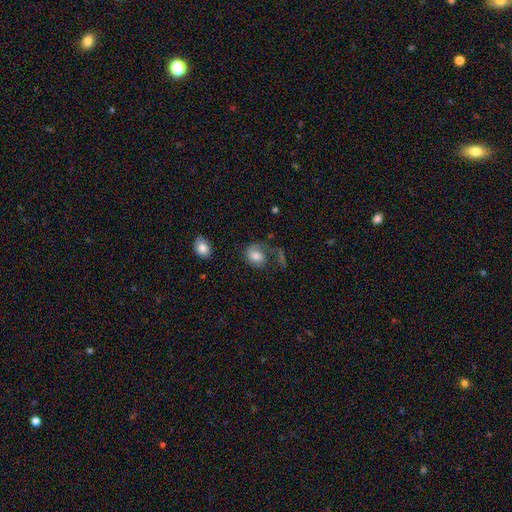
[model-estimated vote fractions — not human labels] Smooth or featured? Predicted: smooth (p=0.54). How rounded? Predicted: in between (p=0.63). Merging? Predicted: none (p=0.42).